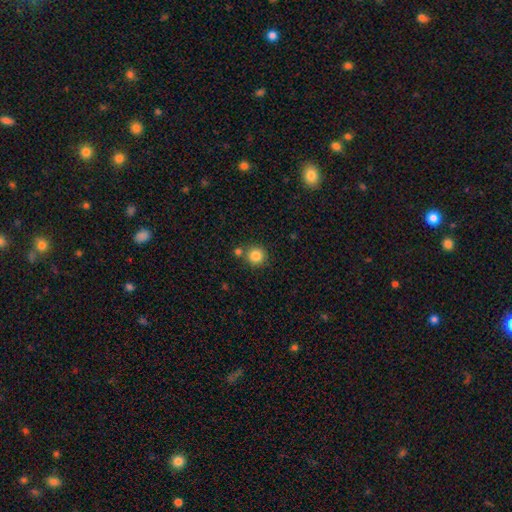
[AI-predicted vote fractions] Smooth or featured? smooth (84%)
How rounded? round (94%)
Merging? none (75%)